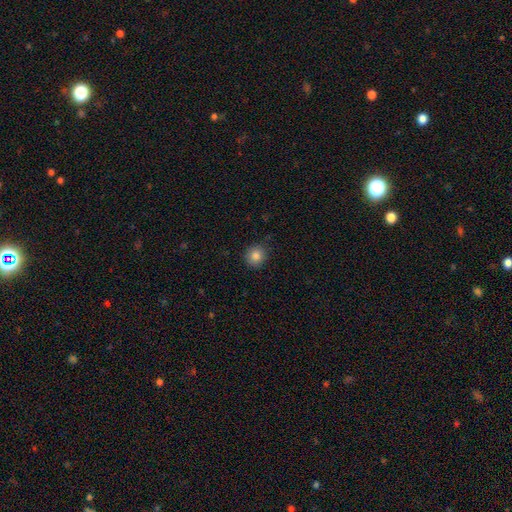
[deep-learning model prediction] A smooth galaxy with no disk features (84%) that is round (90%).

Vote fractions:
- Smooth or featured? smooth: 84% / star or artifact: 11% / featured or disk: 6%
- How rounded? round: 90% / in between: 9% / cigar-shaped: 1%
- Merging? none: 86% / minor disturbance: 11% / major disturbance: 2% / merger: 1%